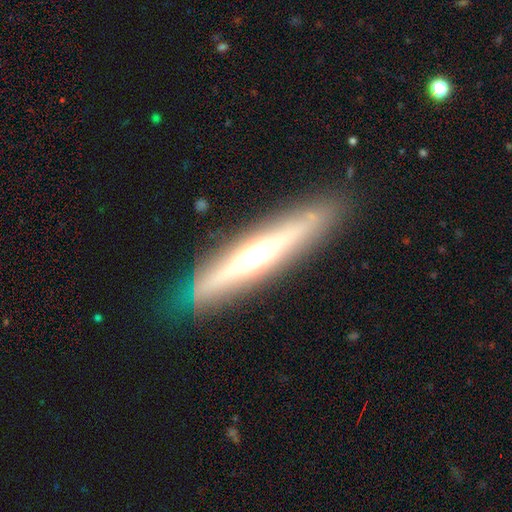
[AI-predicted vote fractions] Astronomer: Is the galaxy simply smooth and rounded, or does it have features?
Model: featured or disk — 67%.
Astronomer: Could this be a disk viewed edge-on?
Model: yes — 88%.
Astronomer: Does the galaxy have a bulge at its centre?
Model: rounded — 86%.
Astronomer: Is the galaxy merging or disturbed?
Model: none — 85%.